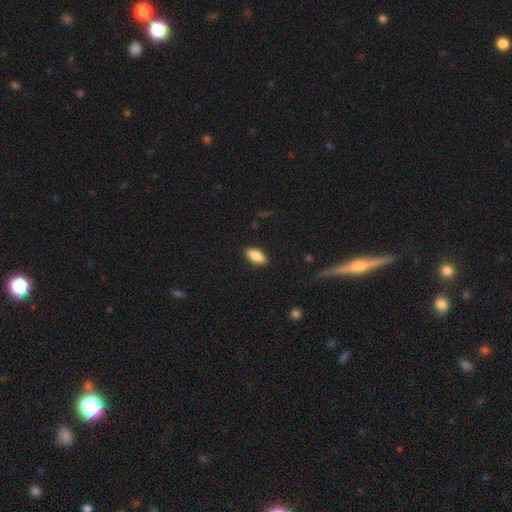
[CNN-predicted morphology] Smooth or featured: smooth — 83% (featured or disk — 11%)
How rounded: in between — 87% (cigar-shaped — 11%)
Merging: none — 88% (minor disturbance — 9%)